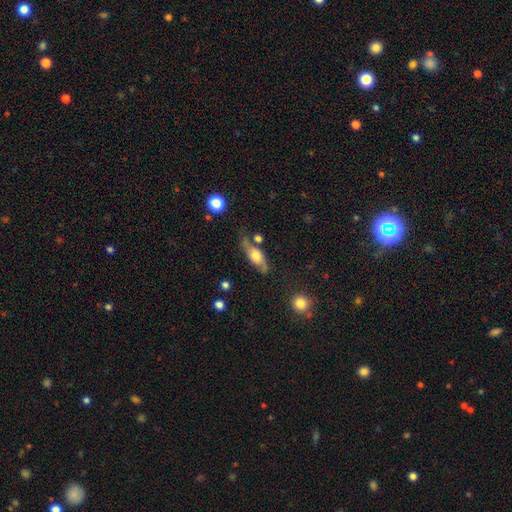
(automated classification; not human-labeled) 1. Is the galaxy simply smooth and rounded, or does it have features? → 47% featured or disk, 46% smooth, 7% star or artifact.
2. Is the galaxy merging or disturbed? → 54% none, 25% minor disturbance, 11% major disturbance, 9% merger.